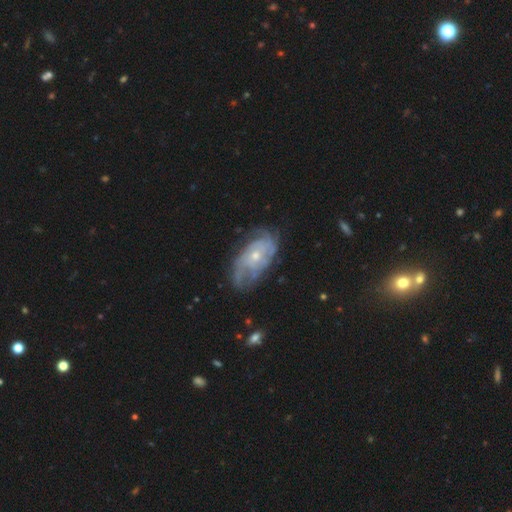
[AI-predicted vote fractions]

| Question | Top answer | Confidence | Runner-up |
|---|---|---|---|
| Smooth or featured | featured or disk | 79% | smooth (15%) |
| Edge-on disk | no | 95% | yes (5%) |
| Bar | no | 77% | weak (20%) |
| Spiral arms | yes | 88% | no (12%) |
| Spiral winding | tight | 53% | medium (33%) |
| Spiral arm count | can't tell | 44% | 2 (25%) |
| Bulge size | small | 61% | moderate (35%) |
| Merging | none | 59% | minor disturbance (25%) |